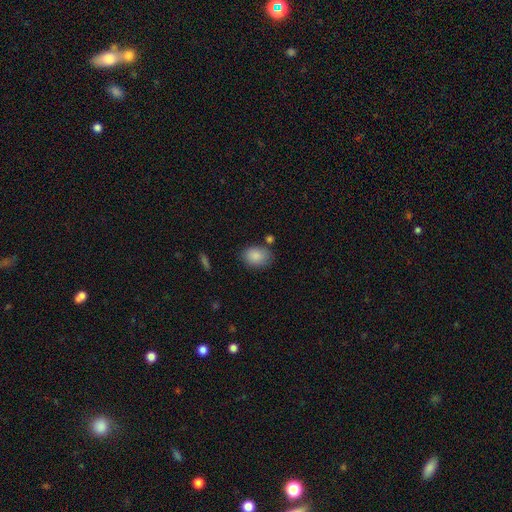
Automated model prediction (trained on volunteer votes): Q: Smooth or featured?
A: smooth (87%); runner-up: star or artifact (7%)
Q: How rounded?
A: in between (75%); runner-up: round (24%)
Q: Merging?
A: none (72%); runner-up: minor disturbance (17%)